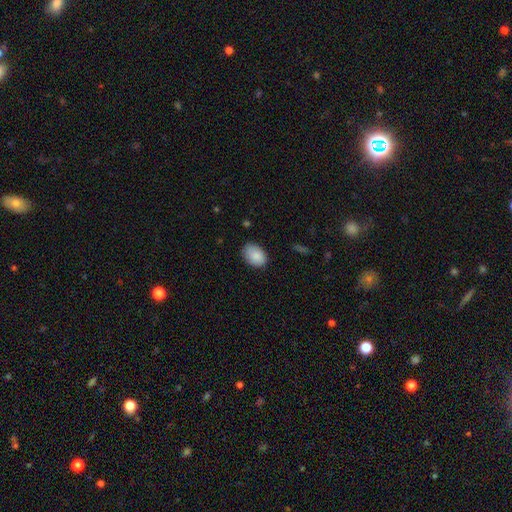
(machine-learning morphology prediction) Q: Smooth or featured?
A: smooth (88%); runner-up: star or artifact (7%)
Q: How rounded?
A: in between (86%); runner-up: round (13%)
Q: Merging?
A: none (80%); runner-up: minor disturbance (16%)